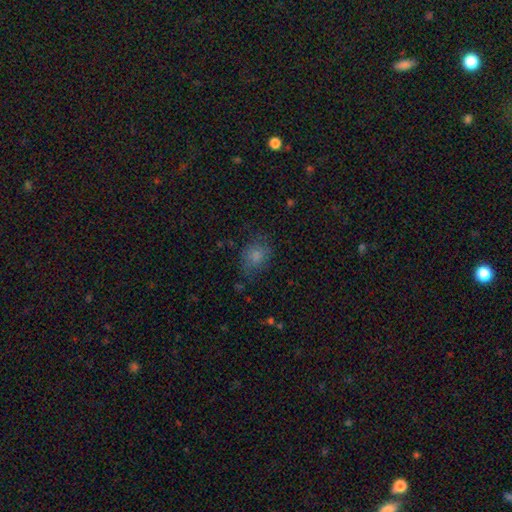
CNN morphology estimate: Smooth or featured? Predicted: smooth (p=0.75). How rounded? Predicted: in between (p=0.55). Merging? Predicted: none (p=0.63).